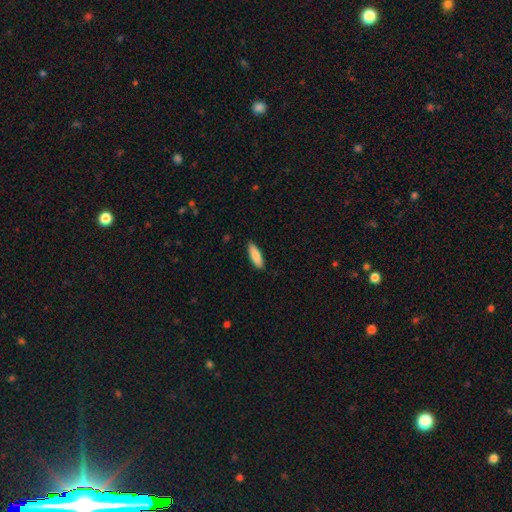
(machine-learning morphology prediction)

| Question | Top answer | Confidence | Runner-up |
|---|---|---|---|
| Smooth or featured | smooth | 85% | featured or disk (10%) |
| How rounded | in between | 58% | cigar-shaped (41%) |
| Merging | none | 88% | minor disturbance (10%) |